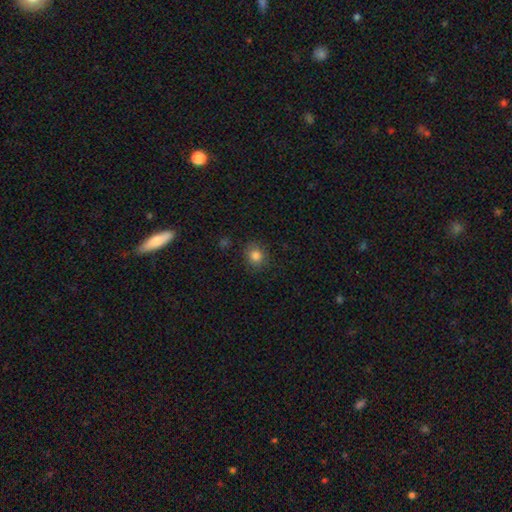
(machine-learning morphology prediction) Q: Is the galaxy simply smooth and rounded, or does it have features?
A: smooth — 83%.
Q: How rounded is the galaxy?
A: round — 80%.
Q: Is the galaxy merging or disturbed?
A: none — 86%.